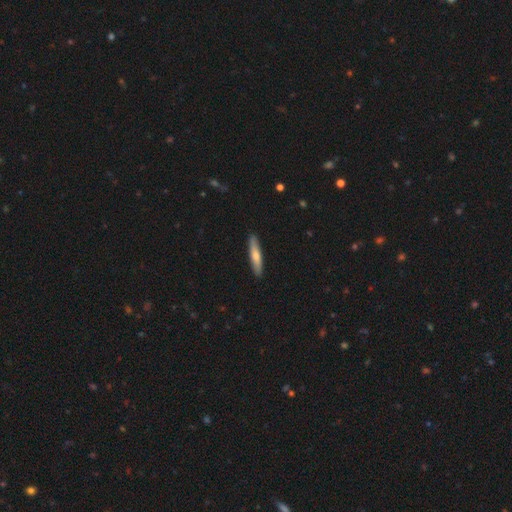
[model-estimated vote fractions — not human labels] smooth_or_featured: smooth (p=0.63) [alt: featured or disk p=0.32]
how_rounded: cigar-shaped (p=0.87) [alt: in between p=0.11]
merging: none (p=0.90) [alt: minor disturbance p=0.07]